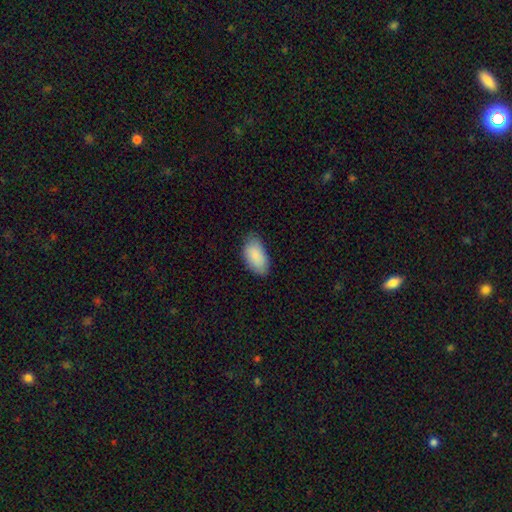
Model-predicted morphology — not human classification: A smooth galaxy with no disk features (88%) that is in between round and cigar-shaped (95%).

Vote fractions:
- Smooth or featured? smooth: 88% / featured or disk: 6% / star or artifact: 6%
- How rounded? in between: 95% / round: 3% / cigar-shaped: 2%
- Merging? none: 77% / minor disturbance: 19% / major disturbance: 3% / merger: 1%